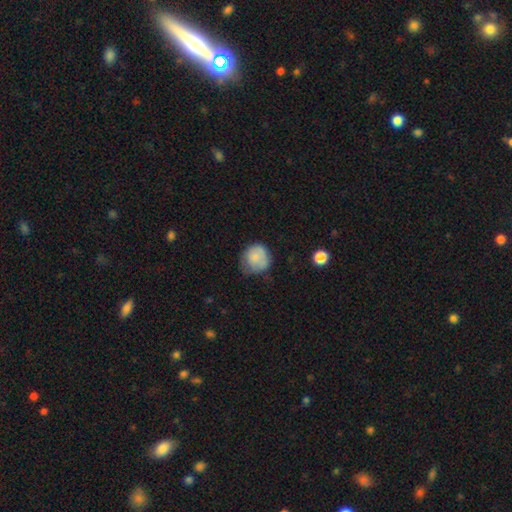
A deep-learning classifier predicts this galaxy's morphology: smooth_or_featured: smooth (p=0.75) [alt: featured or disk p=0.17]
how_rounded: round (p=0.83) [alt: in between p=0.16]
merging: none (p=0.49) [alt: minor disturbance p=0.36]